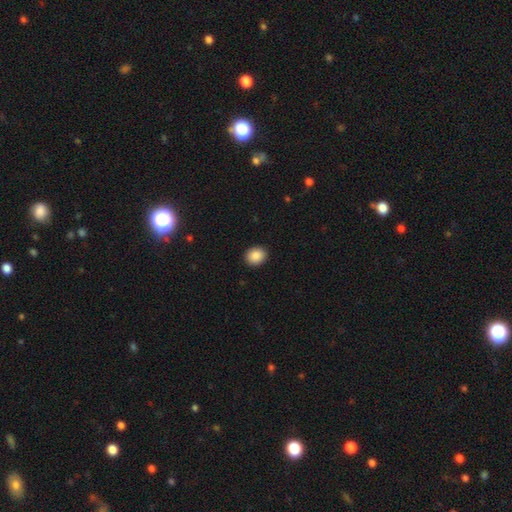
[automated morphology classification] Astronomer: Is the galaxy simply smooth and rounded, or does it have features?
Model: smooth — 88%.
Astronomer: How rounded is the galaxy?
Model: round — 65%.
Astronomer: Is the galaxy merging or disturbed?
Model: none — 91%.